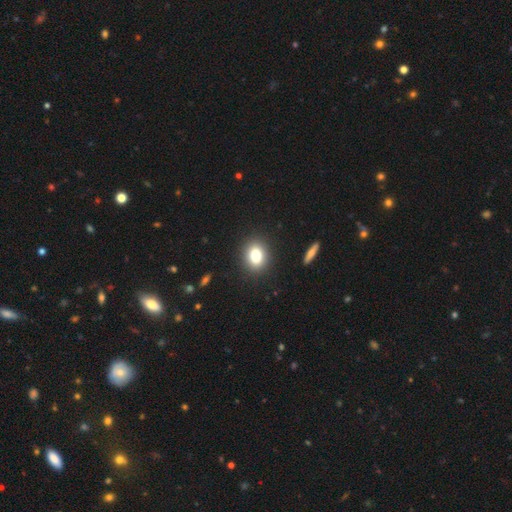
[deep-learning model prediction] Morphology: type=smooth (80%); roundness=in between (56%); merging=none (89%).